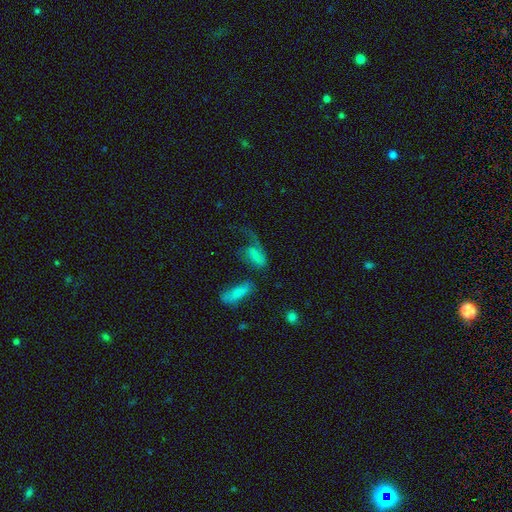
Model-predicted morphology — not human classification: Smooth or featured? smooth (56%)
How rounded? in between (82%)
Merging? major disturbance (44%)